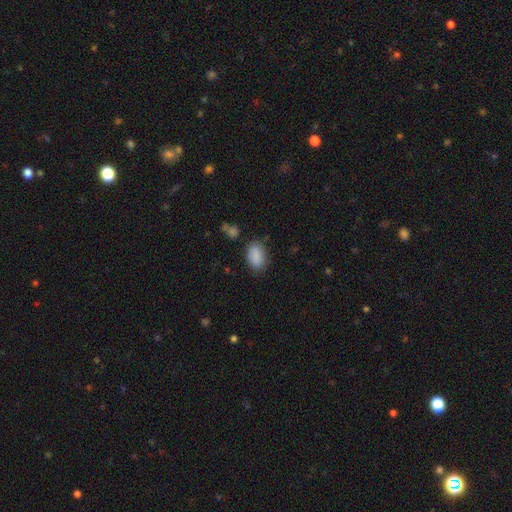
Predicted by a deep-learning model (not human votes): smooth 88%, star or artifact 8%, featured or disk 4%. Down the decision tree: how rounded — in between (89%); merging — none (79%).